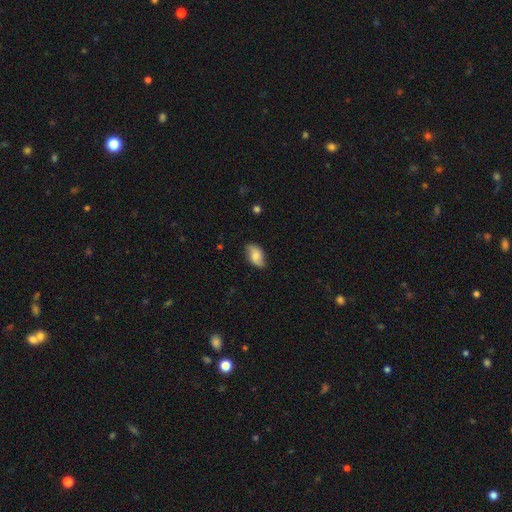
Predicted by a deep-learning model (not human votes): Smooth or featured?
  - smooth: 68% *
  - featured or disk: 25%
  - star or artifact: 8%
How rounded?
  - in between: 92% *
  - round: 5%
  - cigar-shaped: 2%
Merging?
  - none: 78% *
  - minor disturbance: 18%
  - major disturbance: 3%
  - merger: 1%